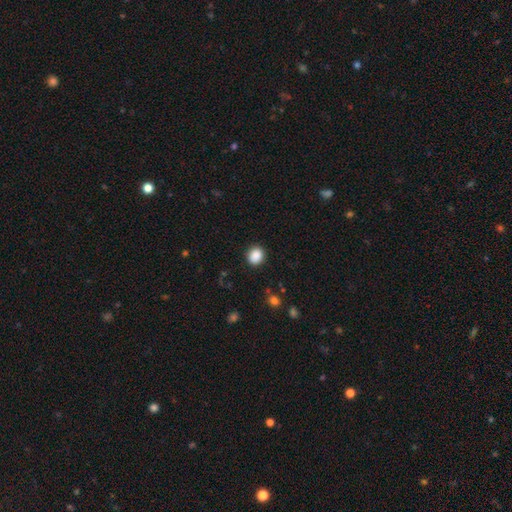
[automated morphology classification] smooth_or_featured: smooth (p=0.88) [alt: star or artifact p=0.09]
how_rounded: round (p=0.70) [alt: in between p=0.29]
merging: none (p=0.89) [alt: minor disturbance p=0.07]